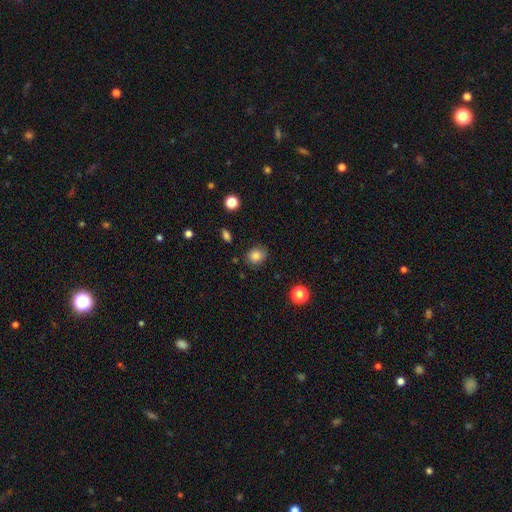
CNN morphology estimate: The model was most divided on "how rounded": round: 68%, in between: 31%, cigar-shaped: 1%. More confident: smooth or featured — smooth (83%); merging — none (83%).